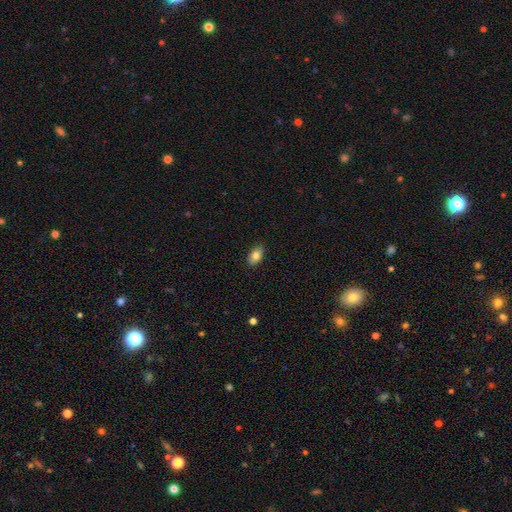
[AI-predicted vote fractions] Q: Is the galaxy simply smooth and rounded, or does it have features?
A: smooth — 82%.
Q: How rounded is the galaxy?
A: in between — 91%.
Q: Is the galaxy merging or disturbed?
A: none — 86%.